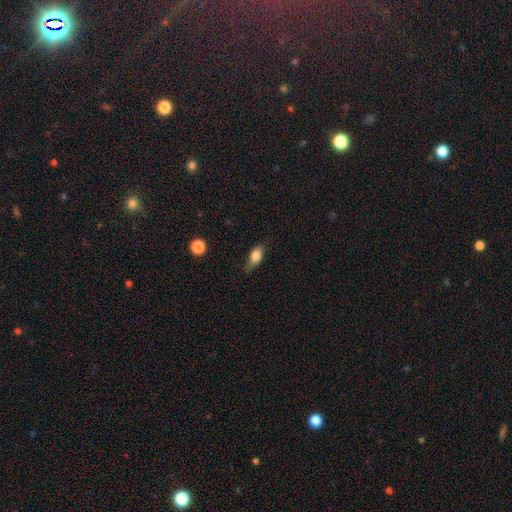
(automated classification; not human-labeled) A smooth galaxy with no disk features (73%) that is in between round and cigar-shaped (79%). Merging: none (61%).